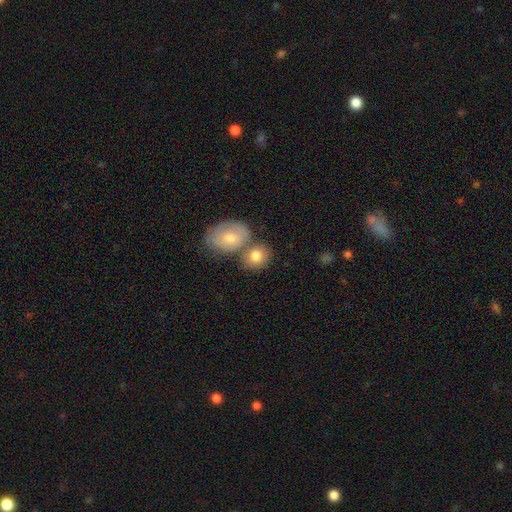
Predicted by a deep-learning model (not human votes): Q: Smooth or featured?
A: smooth (80%); runner-up: featured or disk (13%)
Q: How rounded?
A: round (54%); runner-up: in between (45%)
Q: Merging?
A: none (48%); runner-up: merger (36%)